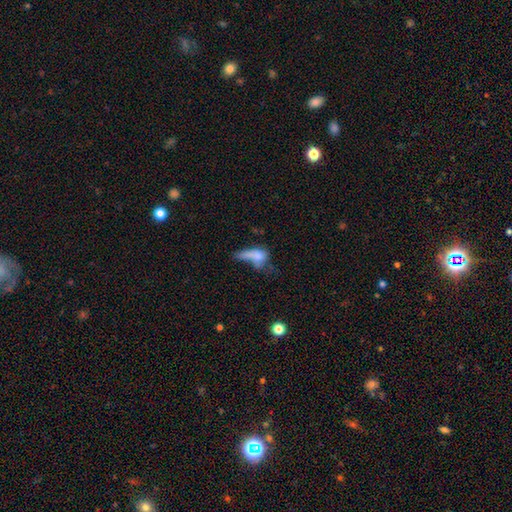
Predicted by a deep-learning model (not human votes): Smooth or featured? smooth (65%)
How rounded? in between (66%)
Merging? major disturbance (40%)